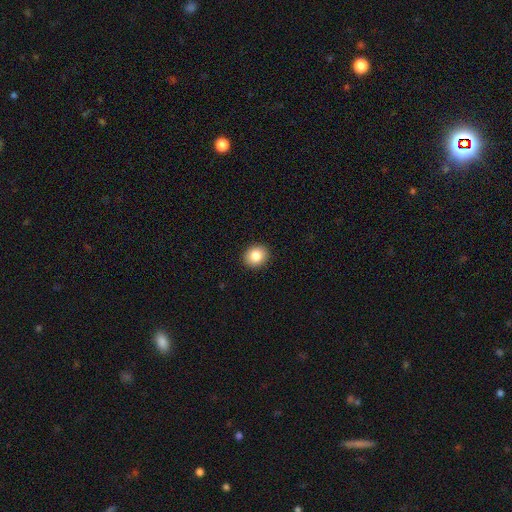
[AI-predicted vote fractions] Q: Smooth or featured?
A: smooth (85%); runner-up: star or artifact (9%)
Q: How rounded?
A: round (77%); runner-up: in between (22%)
Q: Merging?
A: none (92%); runner-up: minor disturbance (5%)